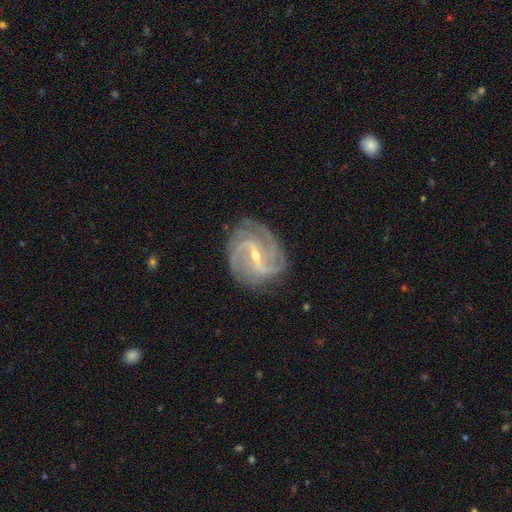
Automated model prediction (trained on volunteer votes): Smooth or featured: featured or disk — 91% (star or artifact — 5%)
Edge-on disk: no — 97% (yes — 3%)
Bar: strong — 46% (weak — 41%)
Spiral arms: yes — 98% (no — 2%)
Spiral winding: medium — 47% (tight — 36%)
Spiral arm count: 2 — 34% (3 — 26%)
Bulge size: small — 68% (moderate — 29%)
Merging: none — 78% (minor disturbance — 15%)